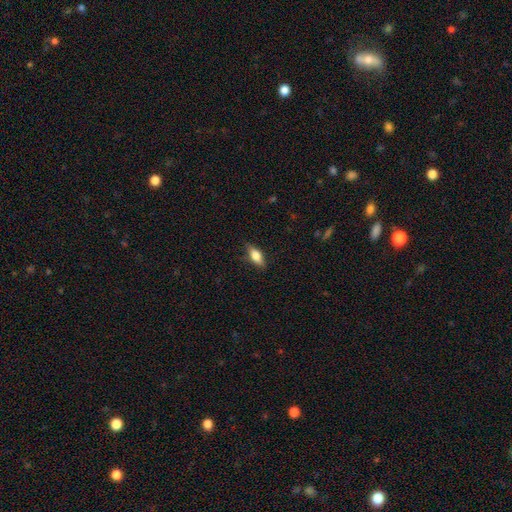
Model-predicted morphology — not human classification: Smooth or featured?
  - smooth: 72% *
  - featured or disk: 21%
  - star or artifact: 7%
How rounded?
  - in between: 77% *
  - cigar-shaped: 19%
  - round: 4%
Merging?
  - none: 80% *
  - minor disturbance: 15%
  - major disturbance: 3%
  - merger: 1%